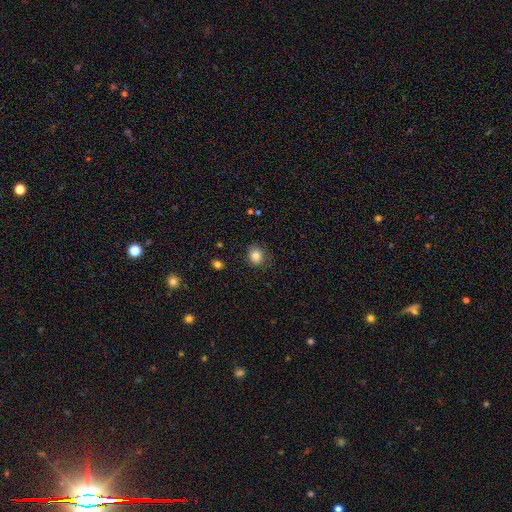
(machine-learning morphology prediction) A smooth galaxy with no disk features (85%) that is round (78%).

Vote fractions:
- Smooth or featured? smooth: 85% / star or artifact: 10% / featured or disk: 5%
- How rounded? round: 78% / in between: 21% / cigar-shaped: 1%
- Merging? none: 82% / minor disturbance: 13% / major disturbance: 3% / merger: 1%